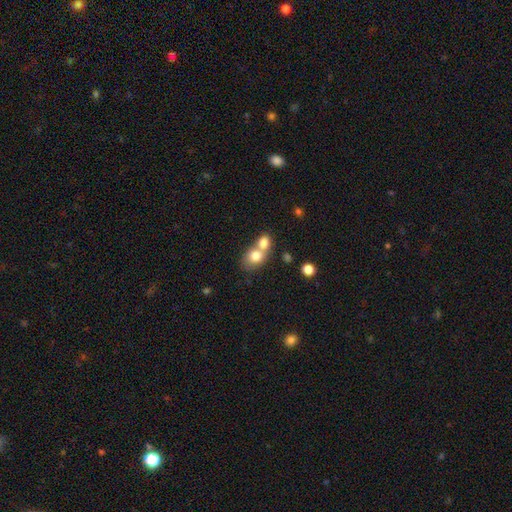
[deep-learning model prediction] Smooth or featured? Predicted: smooth (p=0.76). How rounded? Predicted: round (p=0.52). Merging? Predicted: merger (p=0.68).